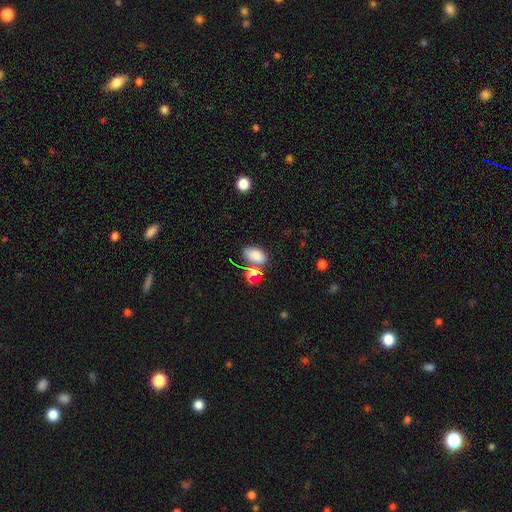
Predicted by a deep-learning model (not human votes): The model was most divided on "merging": none: 63%, merger: 16%, minor disturbance: 15%, major disturbance: 6%. More confident: how rounded — in between (88%); smooth or featured — smooth (80%).